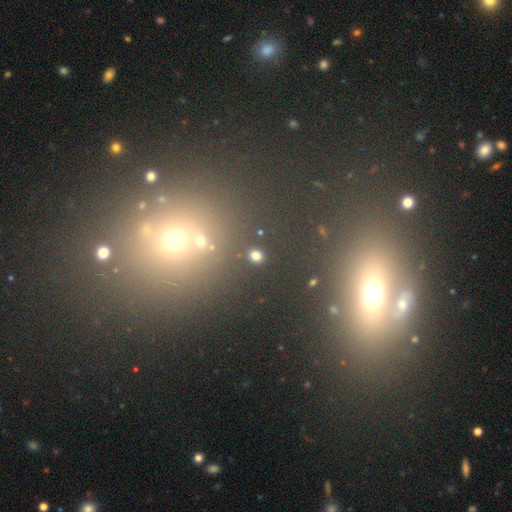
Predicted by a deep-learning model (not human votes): Q: Smooth or featured?
A: smooth (77%); runner-up: star or artifact (19%)
Q: How rounded?
A: round (72%); runner-up: in between (27%)
Q: Merging?
A: none (88%); runner-up: minor disturbance (6%)